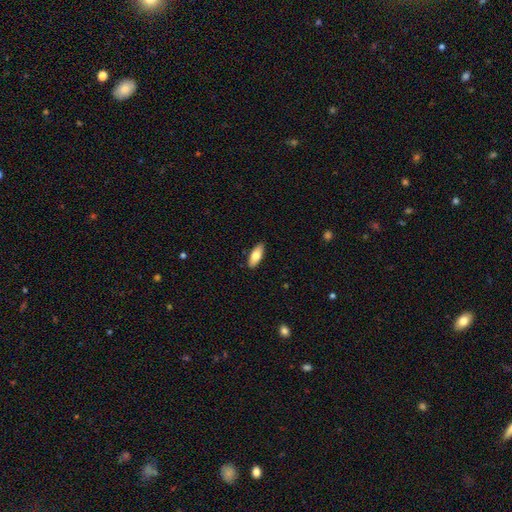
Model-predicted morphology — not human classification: This appears to be a smooth galaxy with no disk features (76%) that is in between round and cigar-shaped (79%). Merging: none (89%).